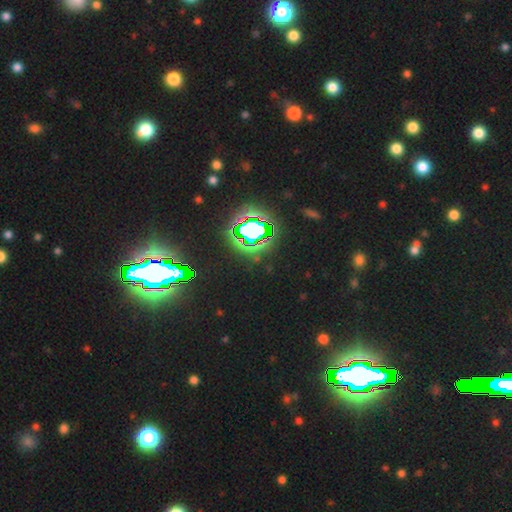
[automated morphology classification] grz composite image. It shows a star or artifact, not a galaxy (79%).